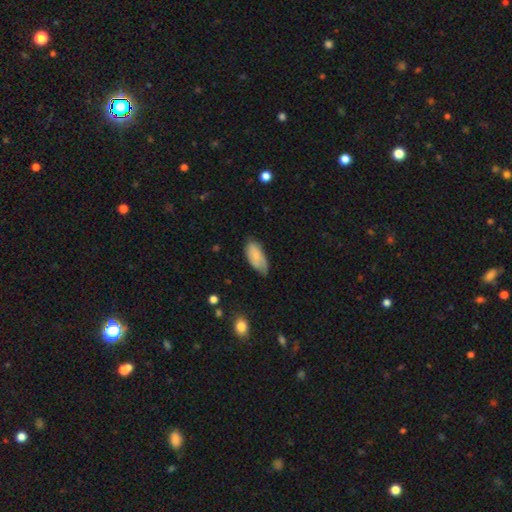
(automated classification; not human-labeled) Smooth or featured: smooth — 74% (featured or disk — 20%)
How rounded: in between — 90% (cigar-shaped — 8%)
Merging: none — 58% (minor disturbance — 34%)